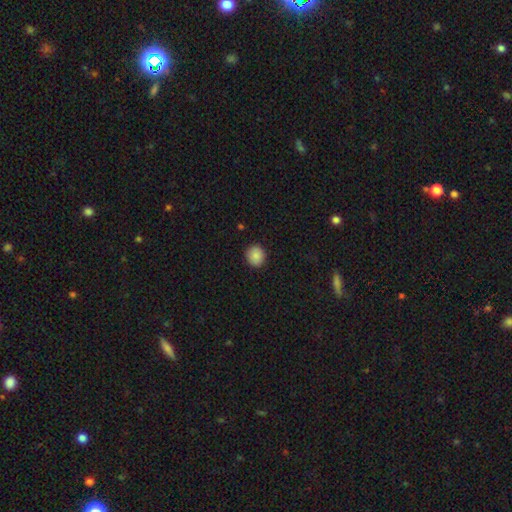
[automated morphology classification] A smooth galaxy with no disk features (87%) that is round (87%).

Vote fractions:
- Smooth or featured? smooth: 87% / star or artifact: 9% / featured or disk: 4%
- How rounded? round: 87% / in between: 12% / cigar-shaped: 1%
- Merging? none: 91% / minor disturbance: 6% / major disturbance: 2% / merger: 1%